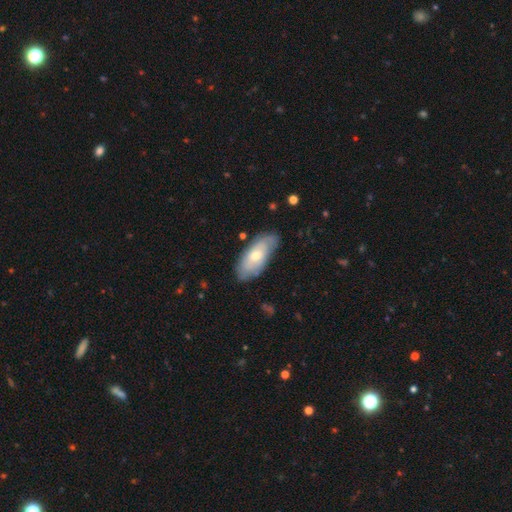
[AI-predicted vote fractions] Smooth or featured? Predicted: smooth (p=0.55). How rounded? Predicted: in between (p=0.86). Merging? Predicted: none (p=0.75).